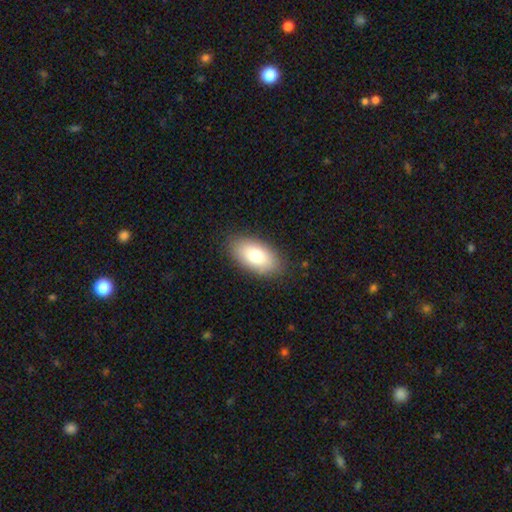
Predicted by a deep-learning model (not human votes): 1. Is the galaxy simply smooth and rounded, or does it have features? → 80% smooth, 13% featured or disk, 7% star or artifact.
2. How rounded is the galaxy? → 94% in between, 4% round, 3% cigar-shaped.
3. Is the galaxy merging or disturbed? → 86% none, 10% minor disturbance, 3% major disturbance, 1% merger.